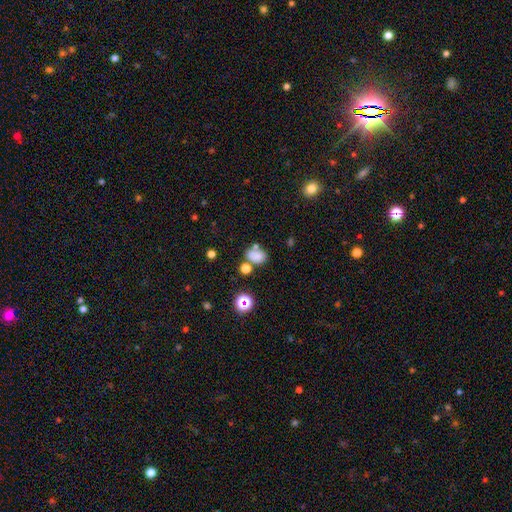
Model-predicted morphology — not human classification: Q: Smooth or featured?
A: smooth (73%); runner-up: star or artifact (16%)
Q: How rounded?
A: in between (68%); runner-up: round (31%)
Q: Merging?
A: none (54%); runner-up: merger (22%)